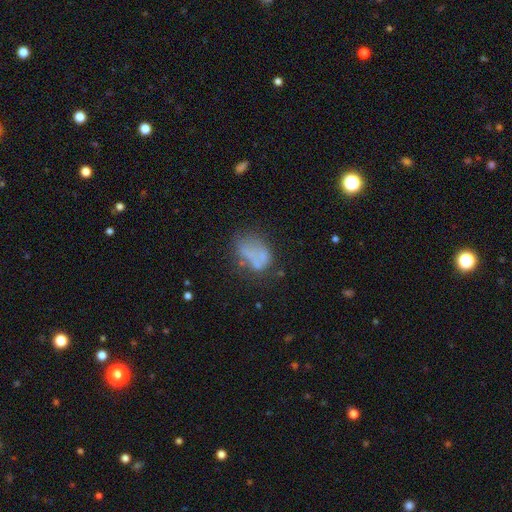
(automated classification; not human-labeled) Smooth or featured? smooth (52%)
How rounded? in between (79%)
Merging? none (37%)